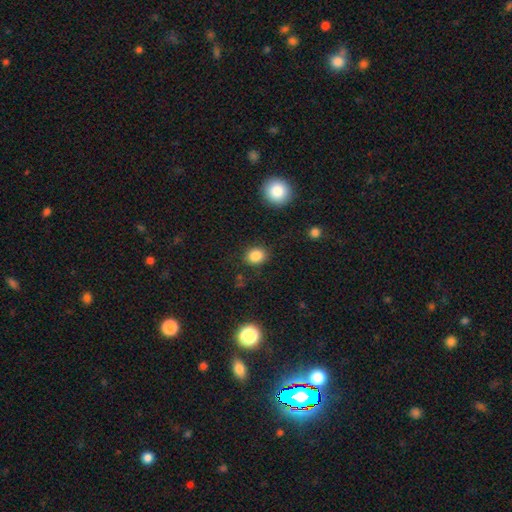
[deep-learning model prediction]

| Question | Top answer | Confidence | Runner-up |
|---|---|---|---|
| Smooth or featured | smooth | 84% | star or artifact (11%) |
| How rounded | round | 60% | in between (39%) |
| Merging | none | 86% | minor disturbance (9%) |